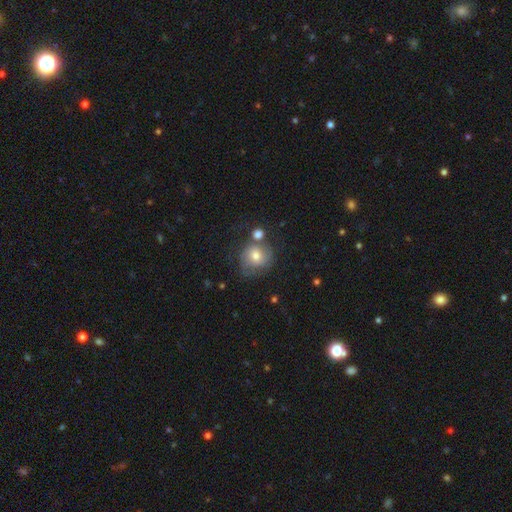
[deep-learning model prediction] Smooth or featured?
  - smooth: 52% *
  - featured or disk: 38%
  - star or artifact: 9%
How rounded?
  - round: 83% *
  - in between: 16%
  - cigar-shaped: 1%
Merging?
  - none: 51% *
  - minor disturbance: 20%
  - merger: 17%
  - major disturbance: 12%